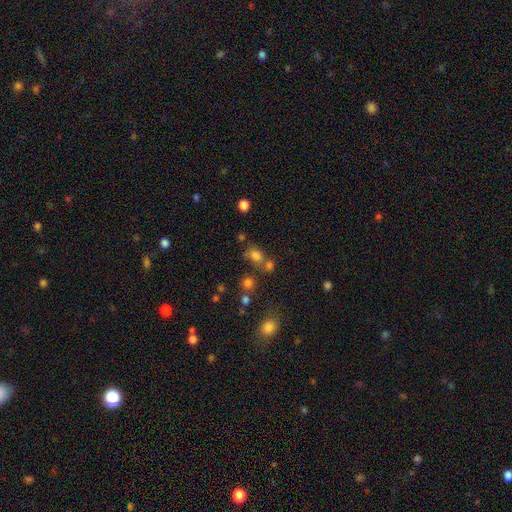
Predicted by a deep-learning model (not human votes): Smooth or featured? smooth (74%)
How rounded? in between (53%)
Merging? none (52%)